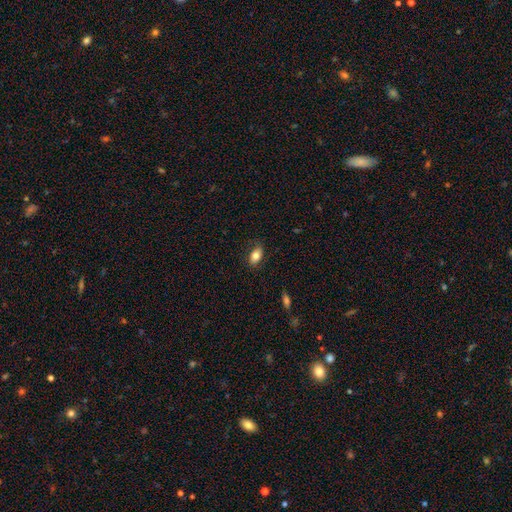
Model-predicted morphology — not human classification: type=smooth (79%); roundness=in between (90%); merging=none (78%).